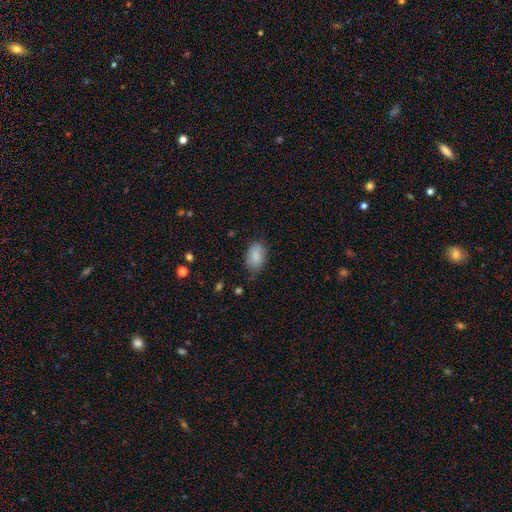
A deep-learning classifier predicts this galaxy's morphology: The model was most divided on "merging": none: 72%, minor disturbance: 22%, major disturbance: 4%, merger: 1%. More confident: how rounded — in between (90%); smooth or featured — smooth (87%).